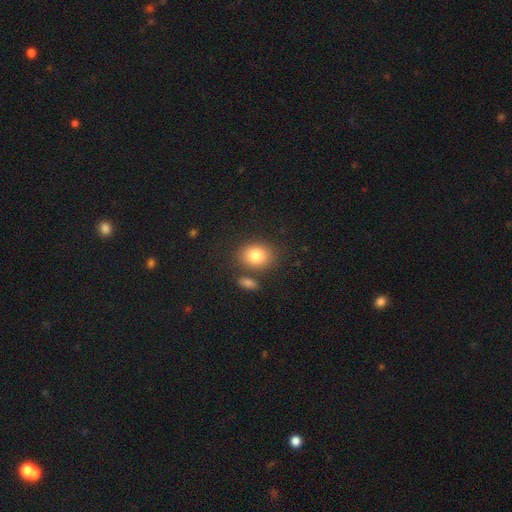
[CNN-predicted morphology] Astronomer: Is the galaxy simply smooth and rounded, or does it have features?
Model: smooth — 81%.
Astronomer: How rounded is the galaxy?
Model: round — 52% (runner-up: in between, 46%).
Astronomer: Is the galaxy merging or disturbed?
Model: none — 75%.